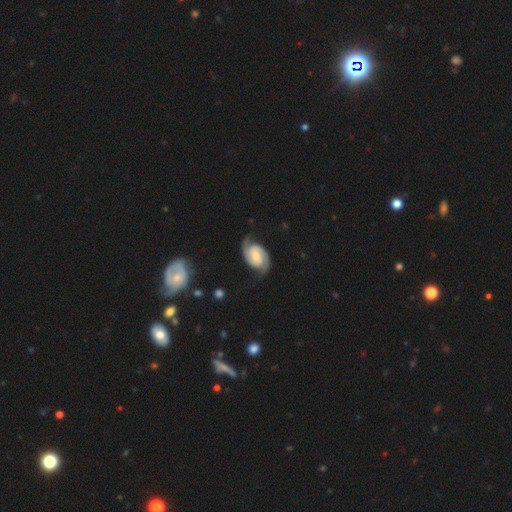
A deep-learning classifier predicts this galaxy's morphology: type=featured or disk (85%); edge-on=no (98%); bar=no (54%); spiral arms=yes (97%); winding=medium (44%); arm count=2 (92%); bulge=small (46%); merging=none (75%).